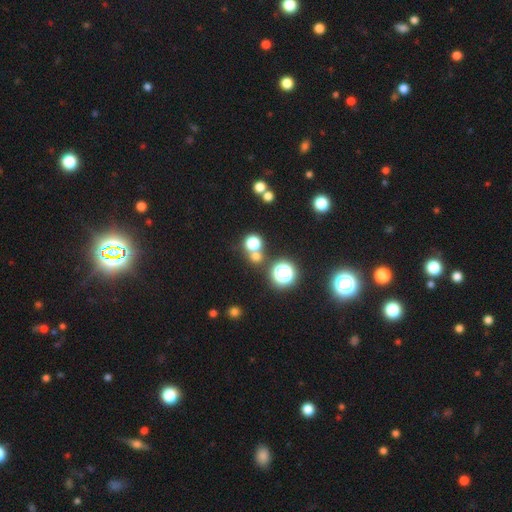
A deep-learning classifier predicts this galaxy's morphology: smooth 63%, star or artifact 30%, featured or disk 8%. Down the decision tree: how rounded — round (89%); merging — none (64%).